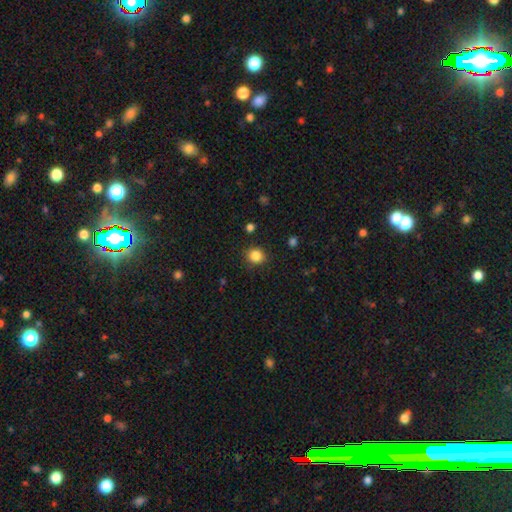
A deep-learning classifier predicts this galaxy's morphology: This appears to be a smooth galaxy with no disk features (85%) that is round (80%). Merging: none (87%).